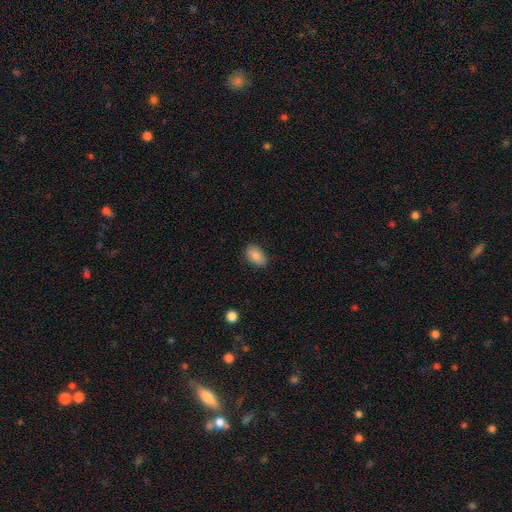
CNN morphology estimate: type=smooth (83%); roundness=in between (85%); merging=none (85%).